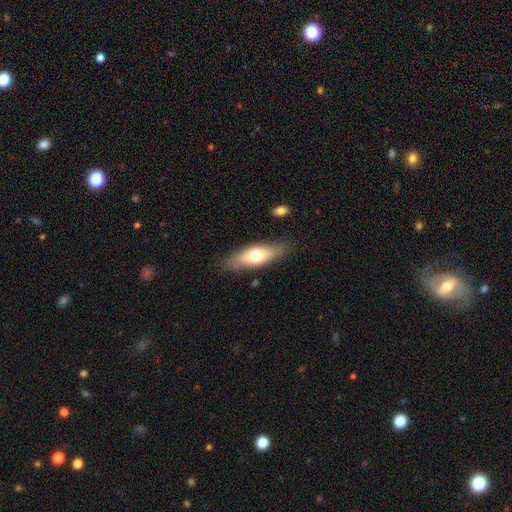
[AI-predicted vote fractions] Morphology: type=smooth (64%); roundness=in between (65%); merging=none (79%).